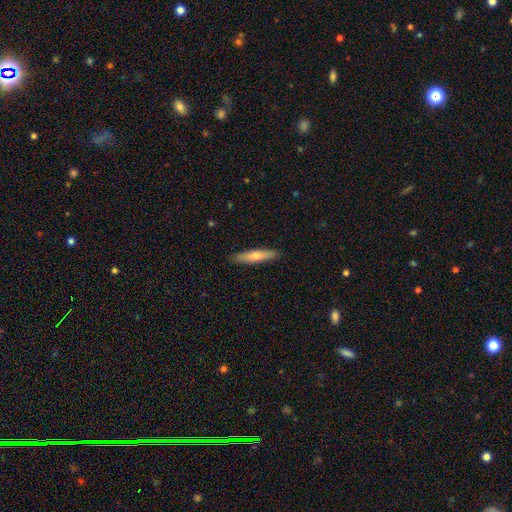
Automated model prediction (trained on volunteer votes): Smooth or featured? Predicted: smooth (p=0.55). How rounded? Predicted: cigar-shaped (p=0.86). Merging? Predicted: none (p=0.91).